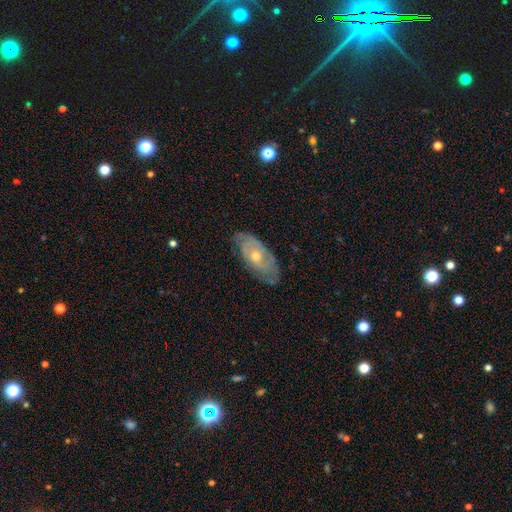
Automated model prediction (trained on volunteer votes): A featured or disk galaxy (72%) with no bar (79%), spiral arms (72%) and a moderate central bulge (54%).

Vote fractions:
- Smooth or featured? featured or disk: 72% / smooth: 22% / star or artifact: 6%
- Edge-on disk? no: 88% / yes: 12%
- Bar? no: 79% / weak: 17% / strong: 4%
- Spiral arms? yes: 72% / no: 28%
- Bulge size? moderate: 54% / small: 43% / large: 2% / none: 1% / dominant: 1%
- Merging? none: 74% / minor disturbance: 20% / major disturbance: 5% / merger: 1%